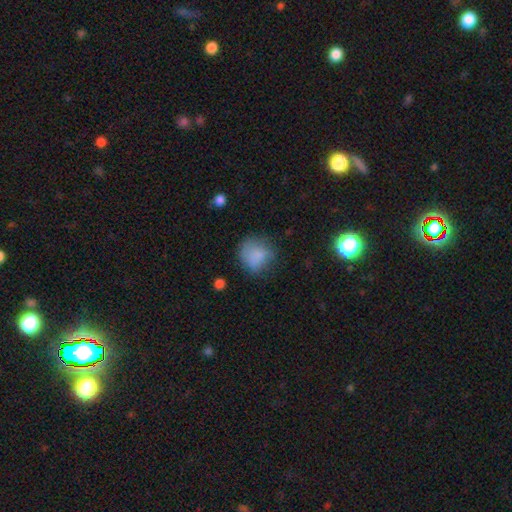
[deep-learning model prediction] This is likely a smooth galaxy (80%). How rounded: likely round (78%). Merging: possibly none (59%).